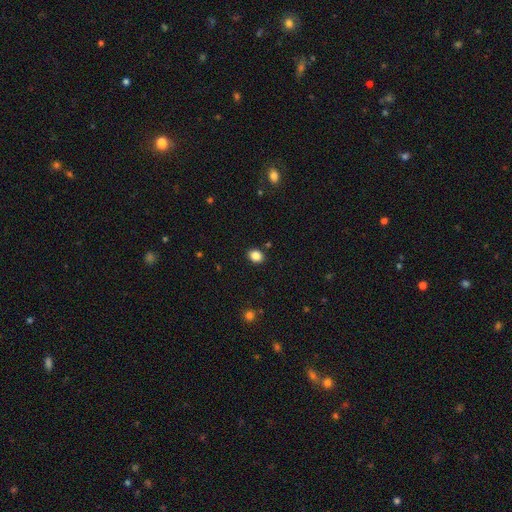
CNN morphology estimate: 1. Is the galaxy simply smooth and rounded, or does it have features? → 86% smooth, 10% star or artifact, 4% featured or disk.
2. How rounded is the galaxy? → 52% in between, 48% round, 1% cigar-shaped.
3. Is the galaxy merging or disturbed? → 88% none, 8% minor disturbance, 2% major disturbance, 2% merger.